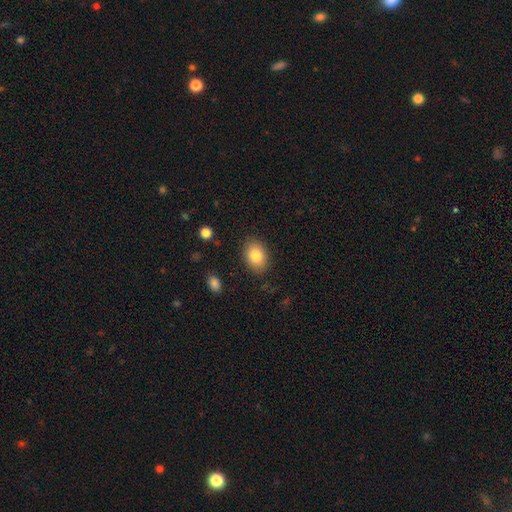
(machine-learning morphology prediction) smooth 83%, featured or disk 9%, star or artifact 8%. Down the decision tree: how rounded — in between (75%); merging — none (86%).